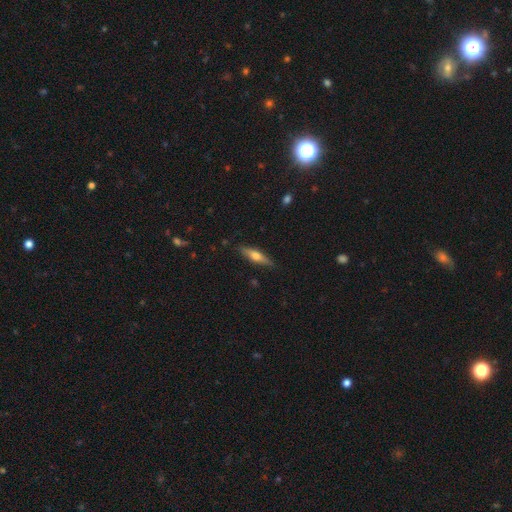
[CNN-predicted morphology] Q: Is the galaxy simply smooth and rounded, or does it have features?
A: smooth — 49%.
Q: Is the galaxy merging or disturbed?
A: none — 87%.